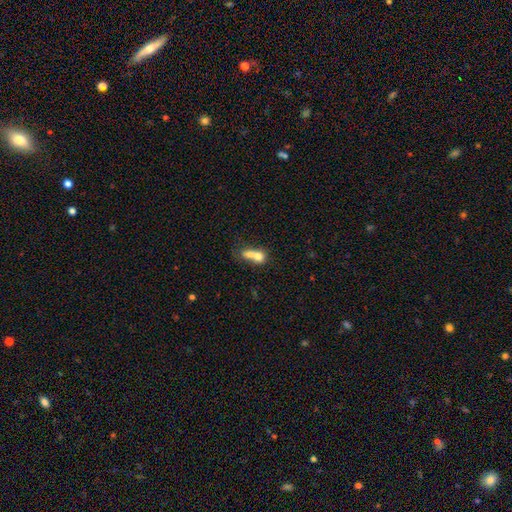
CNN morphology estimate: The model was most divided on "how rounded": in between: 47%, round: 45%, cigar-shaped: 8%. More confident: smooth or featured — smooth (69%); merging — merger (68%).